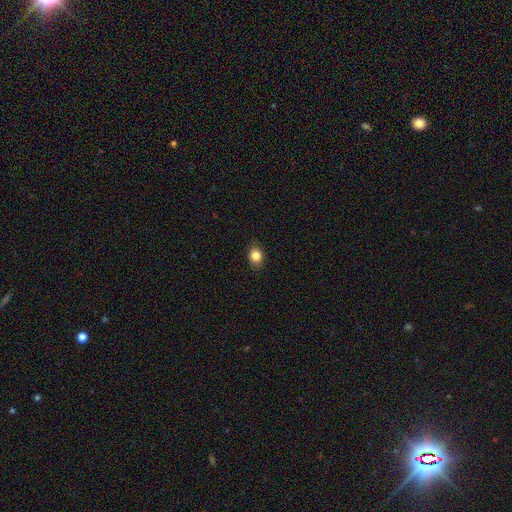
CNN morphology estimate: smooth-or-featured: smooth: 85% | star or artifact: 10% | featured or disk: 5%
  how-rounded: round: 56% | in between: 43% | cigar-shaped: 1%
  merging: none: 87% | minor disturbance: 10% | major disturbance: 2% | merger: 1%